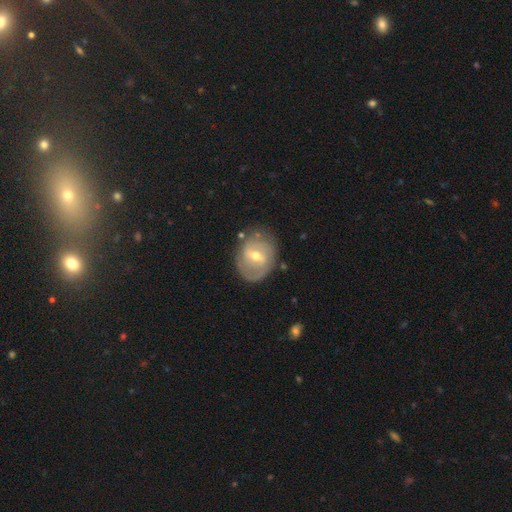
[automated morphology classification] A featured or disk galaxy (73%) with a weak bar (55%), 2 (60%) tight (48%) spiral arms (78%) and a moderate central bulge (63%). Merging: none (72%).